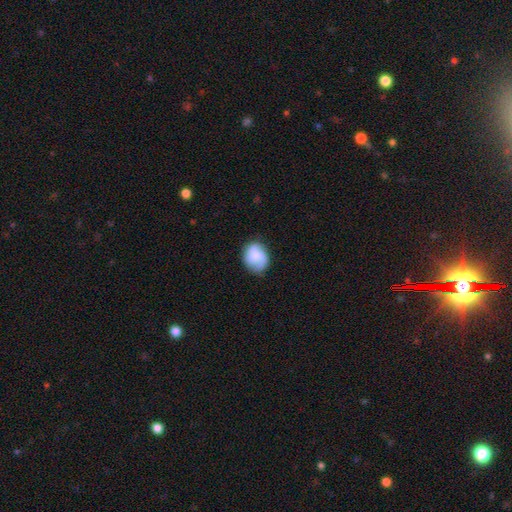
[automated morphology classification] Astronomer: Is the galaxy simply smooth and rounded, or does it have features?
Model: smooth — 62%.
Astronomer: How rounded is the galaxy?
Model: round — 52% (runner-up: in between, 47%).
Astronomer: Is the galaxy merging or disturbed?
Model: none — 73%.